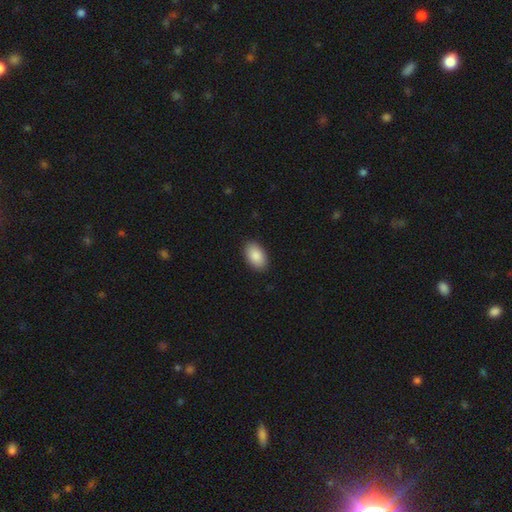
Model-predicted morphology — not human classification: Smooth or featured? smooth (89%)
How rounded? in between (92%)
Merging? none (90%)